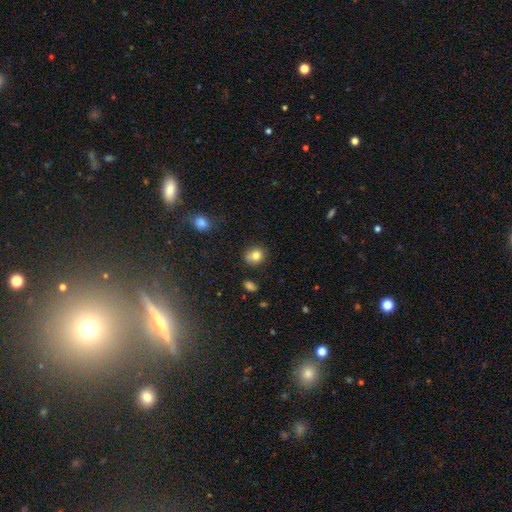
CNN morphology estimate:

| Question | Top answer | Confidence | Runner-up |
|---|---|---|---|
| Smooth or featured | smooth | 81% | star or artifact (10%) |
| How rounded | round | 70% | in between (29%) |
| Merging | none | 82% | minor disturbance (12%) |